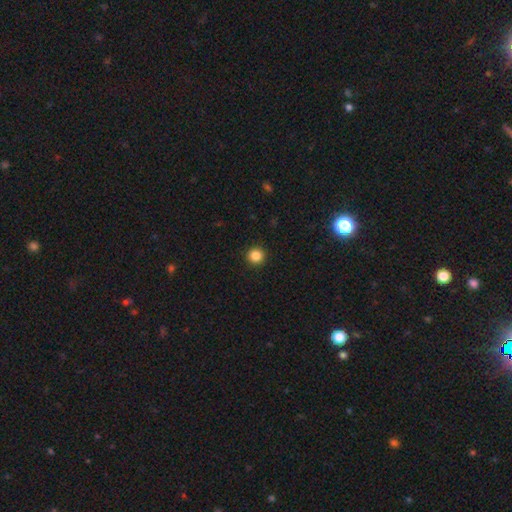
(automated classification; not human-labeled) A smooth galaxy with no disk features (86%) that is round (95%). Merging: none (93%).